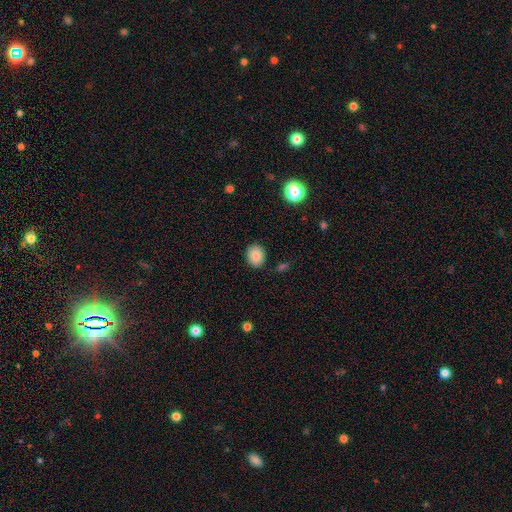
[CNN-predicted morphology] smooth 86%, star or artifact 9%, featured or disk 5%. Down the decision tree: how rounded — round (61%); merging — none (87%).